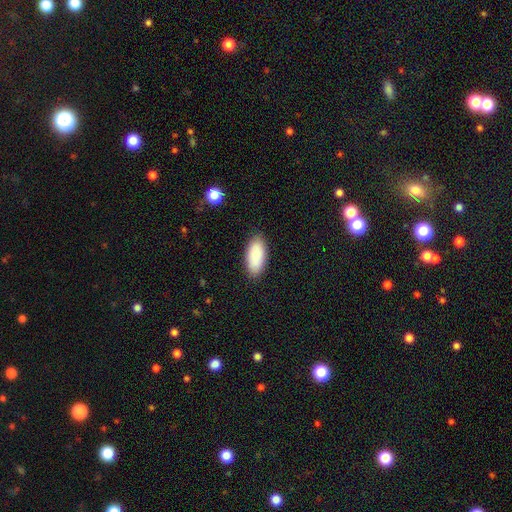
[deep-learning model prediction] Smooth or featured?
  - smooth: 90% *
  - star or artifact: 6%
  - featured or disk: 4%
How rounded?
  - in between: 91% *
  - cigar-shaped: 7%
  - round: 2%
Merging?
  - none: 88% *
  - minor disturbance: 9%
  - major disturbance: 2%
  - merger: 1%